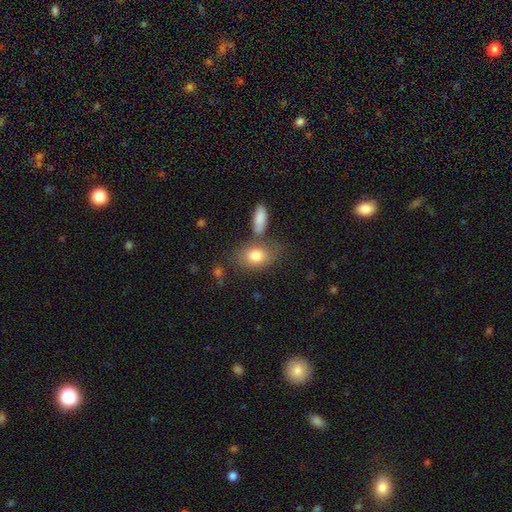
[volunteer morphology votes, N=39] smooth 82%, star or artifact 10%, featured or disk 8%. Down the decision tree: how rounded — in between (72%); merging — none (63%).